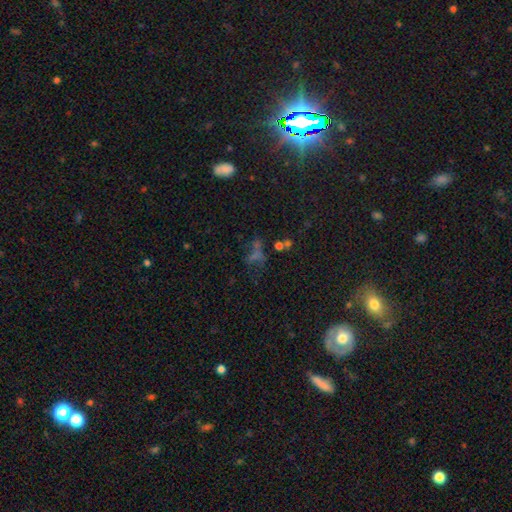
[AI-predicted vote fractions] Smooth or featured? Predicted: star or artifact (p=0.47).